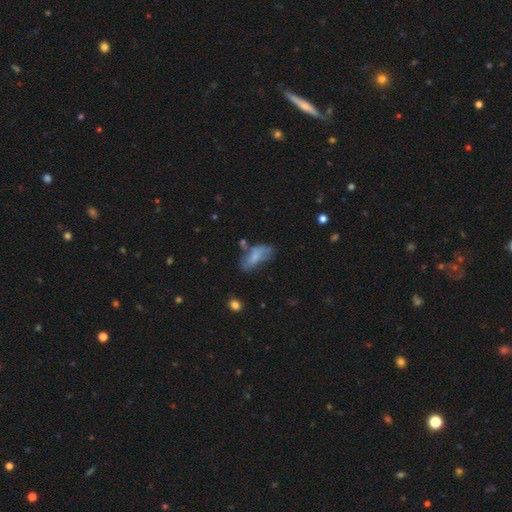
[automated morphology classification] A smooth galaxy with no disk features (65%) that is in between round and cigar-shaped (82%). Merging: none (41%).